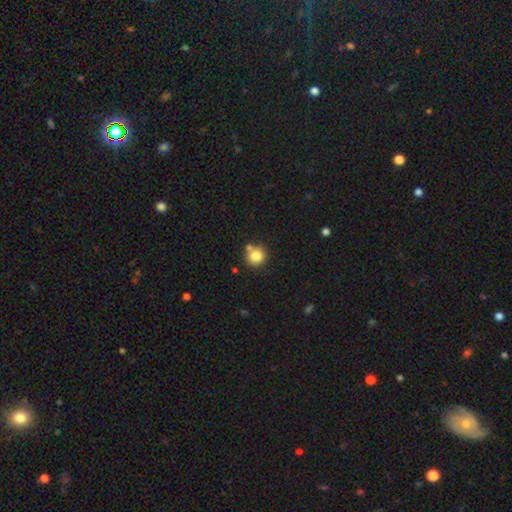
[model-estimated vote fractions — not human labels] This appears to be a smooth galaxy with no disk features (81%) that is round (90%). Merging: none (68%).